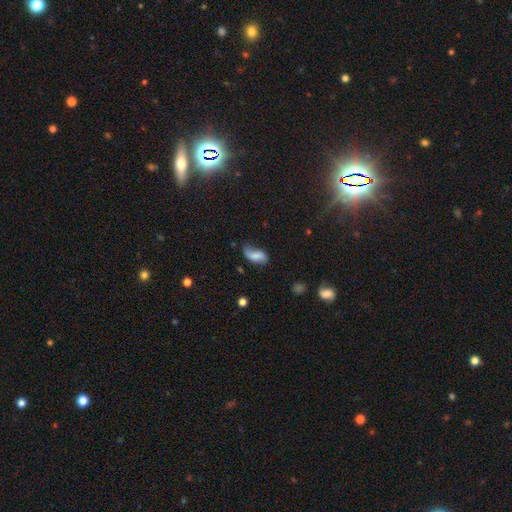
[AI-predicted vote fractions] This appears to be a smooth galaxy with no disk features (56%) that is in between round and cigar-shaped (88%). Merging: none (45%).